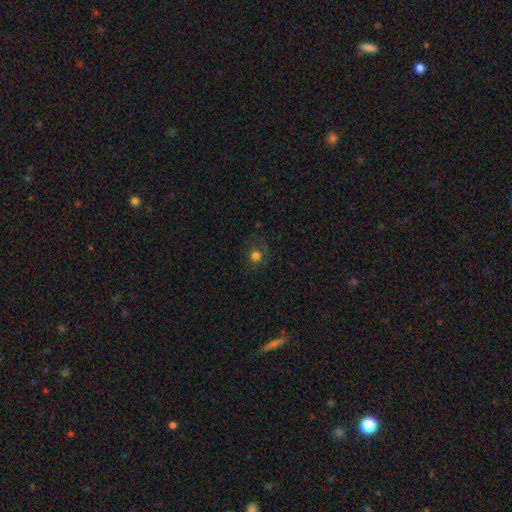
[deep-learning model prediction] This appears to be a smooth galaxy with no disk features (74%) that is round (89%). Merging: none (79%).